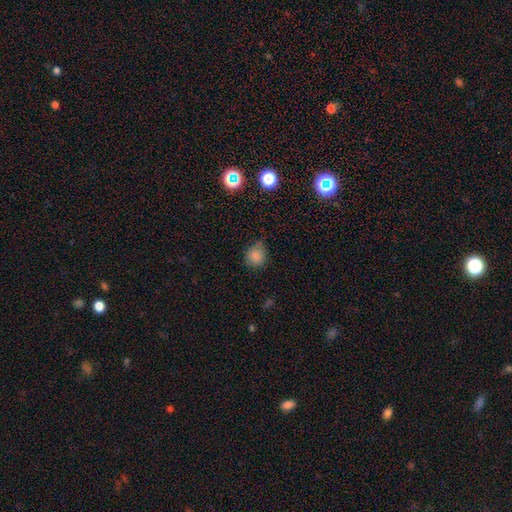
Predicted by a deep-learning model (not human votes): A smooth galaxy with no disk features (82%) that is round (76%). Merging: none (64%).